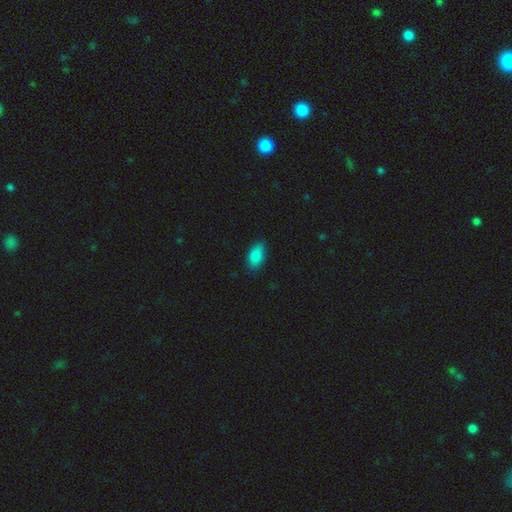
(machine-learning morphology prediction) A smooth galaxy with no disk features (86%) that is in between round and cigar-shaped (91%). Merging: none (81%).